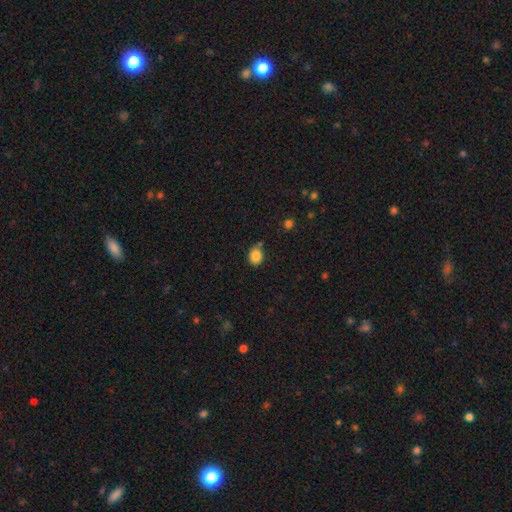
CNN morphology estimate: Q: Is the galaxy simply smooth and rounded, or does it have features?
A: smooth — 85%.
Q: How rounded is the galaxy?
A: round — 54%.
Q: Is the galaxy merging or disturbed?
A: none — 74%.